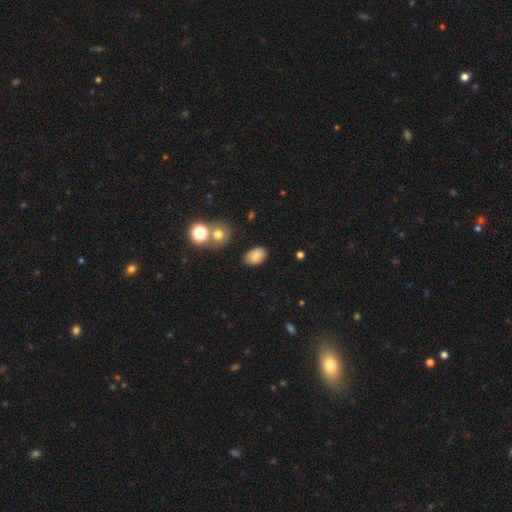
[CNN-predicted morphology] Smooth or featured? Predicted: smooth (p=0.82). How rounded? Predicted: in between (p=0.86). Merging? Predicted: none (p=0.83).